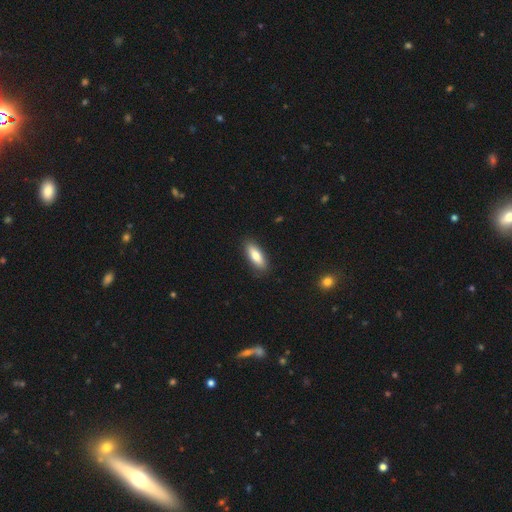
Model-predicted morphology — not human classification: smooth-or-featured: smooth: 79% | featured or disk: 15% | star or artifact: 6%
  how-rounded: in between: 67% | cigar-shaped: 31% | round: 2%
  merging: none: 87% | minor disturbance: 10% | major disturbance: 2% | merger: 1%